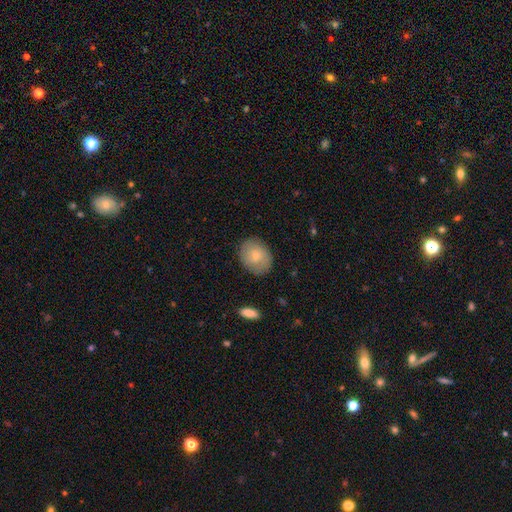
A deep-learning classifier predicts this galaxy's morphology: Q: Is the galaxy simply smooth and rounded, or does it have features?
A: smooth — 71%.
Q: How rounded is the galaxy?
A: round — 55%.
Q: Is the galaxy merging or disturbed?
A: none — 82%.